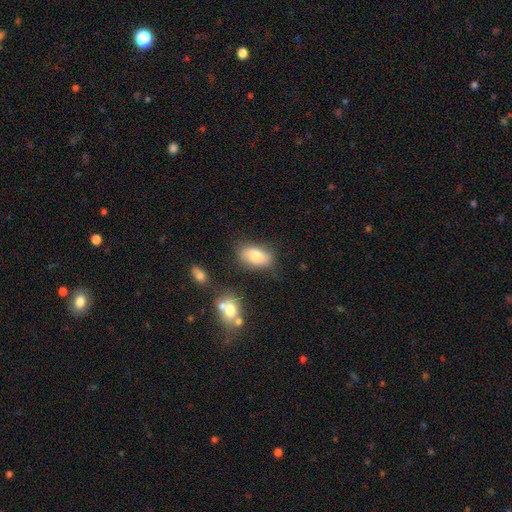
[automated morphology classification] smooth_or_featured: smooth (p=0.78) [alt: featured or disk p=0.14]
how_rounded: in between (p=0.90) [alt: round p=0.07]
merging: none (p=0.77) [alt: minor disturbance p=0.15]